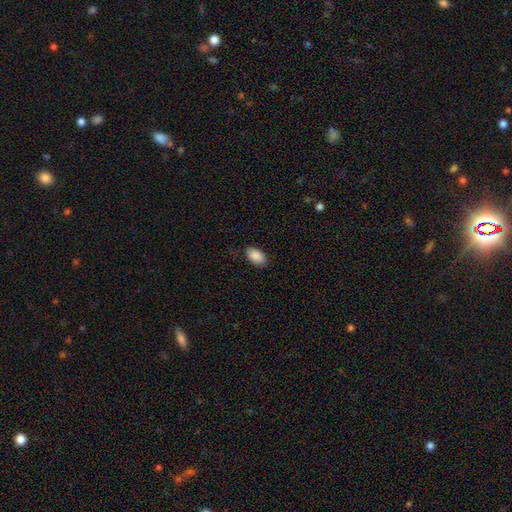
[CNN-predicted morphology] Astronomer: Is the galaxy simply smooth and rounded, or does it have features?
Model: smooth — 89%.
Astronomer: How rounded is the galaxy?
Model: in between — 94%.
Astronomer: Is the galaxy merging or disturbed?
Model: none — 86%.